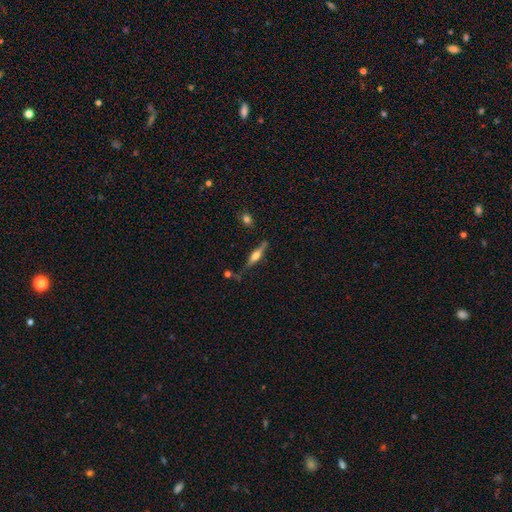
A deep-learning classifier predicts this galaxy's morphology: Q: Smooth or featured?
A: featured or disk (63%); runner-up: smooth (30%)
Q: Edge-on disk?
A: yes (95%); runner-up: no (5%)
Q: Edge-on bulge?
A: rounded (87%); runner-up: boxy (9%)
Q: Merging?
A: none (76%); runner-up: minor disturbance (15%)